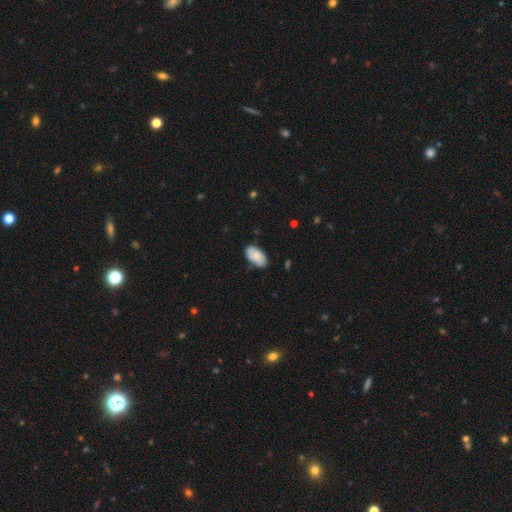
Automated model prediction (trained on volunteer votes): Smooth or featured? smooth (67%)
How rounded? in between (94%)
Merging? none (75%)